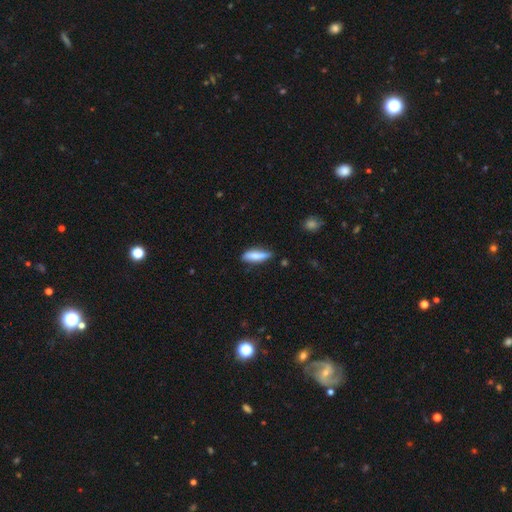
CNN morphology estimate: type=smooth (77%); roundness=cigar-shaped (54%); merging=none (62%).